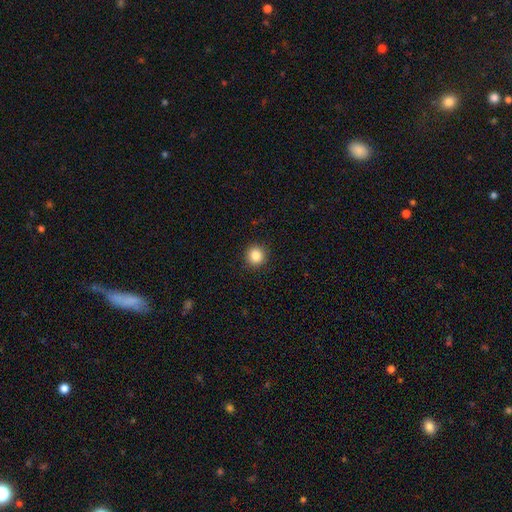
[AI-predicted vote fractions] smooth_or_featured: smooth (p=0.85) [alt: star or artifact p=0.11]
how_rounded: round (p=0.93) [alt: in between p=0.06]
merging: none (p=0.92) [alt: minor disturbance p=0.05]